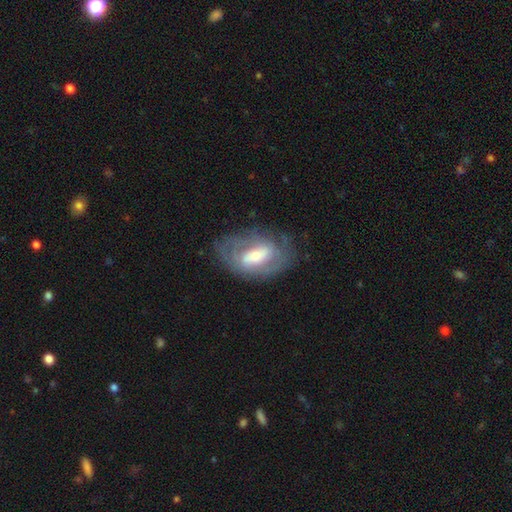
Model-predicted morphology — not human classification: Smooth or featured? Predicted: featured or disk (p=0.66). Edge-on disk? Predicted: no (p=0.93). Bar? Predicted: weak (p=0.41). Spiral arms? Predicted: yes (p=0.65). Bulge size? Predicted: moderate (p=0.45). Merging? Predicted: none (p=0.65).